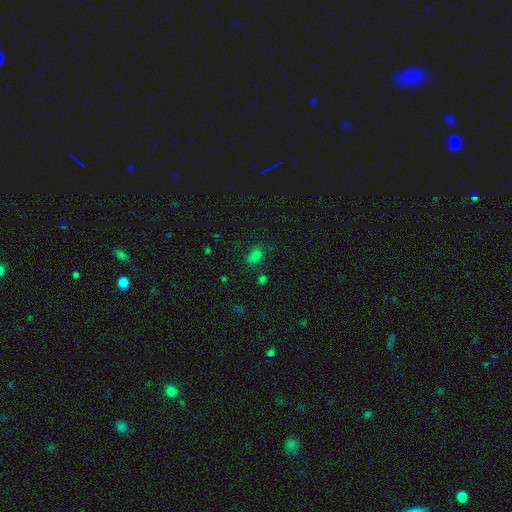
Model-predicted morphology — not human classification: Q: Smooth or featured?
A: smooth (66%); runner-up: star or artifact (27%)
Q: How rounded?
A: in between (70%); runner-up: round (28%)
Q: Merging?
A: none (62%); runner-up: minor disturbance (23%)